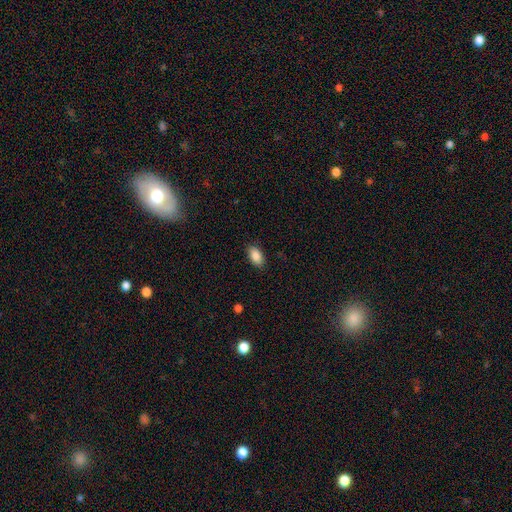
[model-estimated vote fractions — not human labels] Morphology: type=smooth (88%); roundness=in between (92%); merging=none (87%).